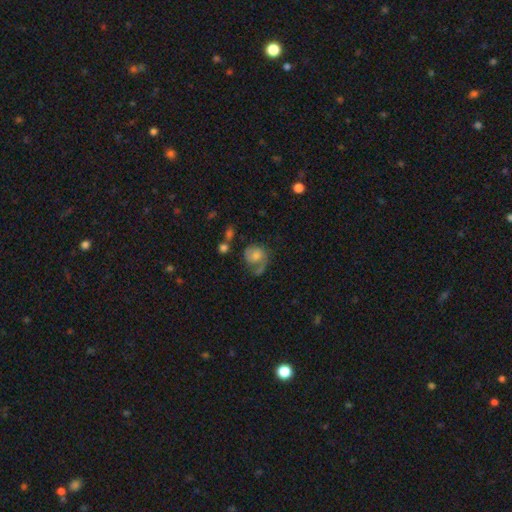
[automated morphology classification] type=featured or disk (50%); merging=none (41%).